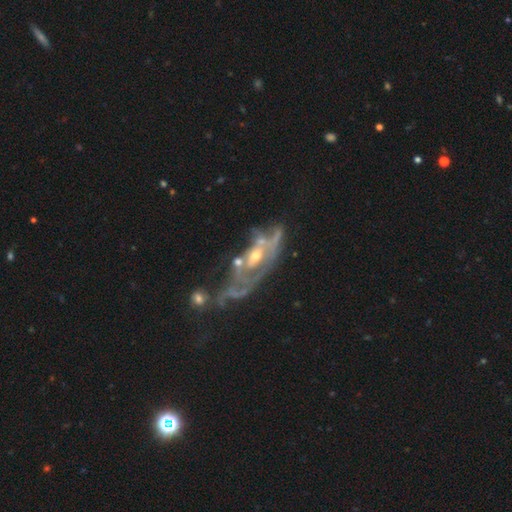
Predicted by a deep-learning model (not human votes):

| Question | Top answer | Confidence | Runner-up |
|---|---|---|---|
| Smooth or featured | featured or disk | 77% | smooth (12%) |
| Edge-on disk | no | 85% | yes (15%) |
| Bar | no | 69% | weak (23%) |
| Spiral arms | yes | 60% | no (40%) |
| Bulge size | small | 48% | moderate (43%) |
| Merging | none | 29% | tied: major disturbance (29%) |